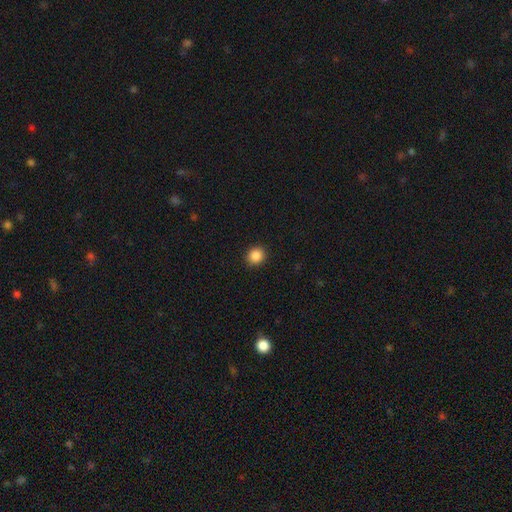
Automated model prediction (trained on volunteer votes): Smooth or featured? smooth (87%)
How rounded? round (86%)
Merging? none (92%)